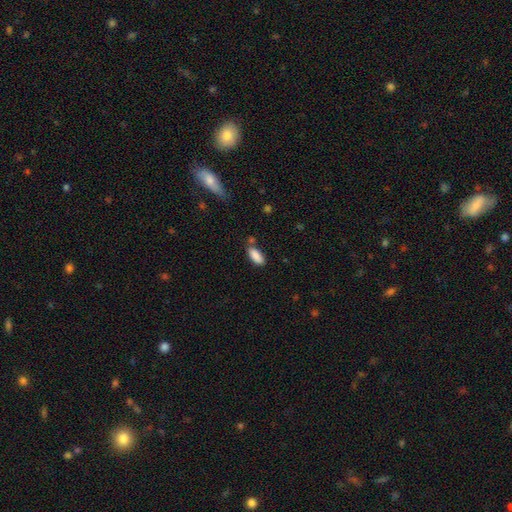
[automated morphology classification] type=smooth (88%); roundness=in between (82%); merging=none (72%).